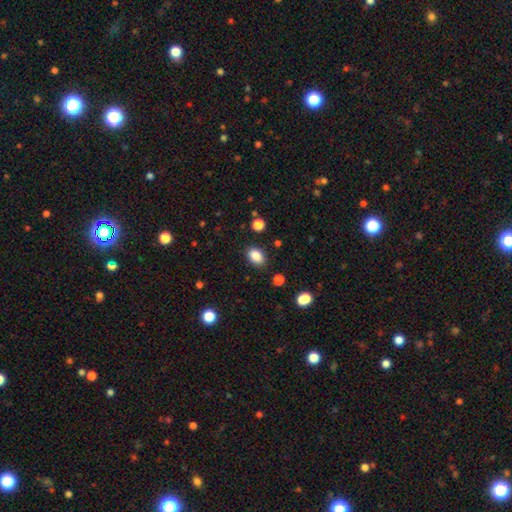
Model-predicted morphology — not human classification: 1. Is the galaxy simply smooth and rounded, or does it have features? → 86% smooth, 9% star or artifact, 4% featured or disk.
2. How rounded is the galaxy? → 78% in between, 21% round, 1% cigar-shaped.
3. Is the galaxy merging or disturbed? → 86% none, 10% minor disturbance, 3% major disturbance, 2% merger.